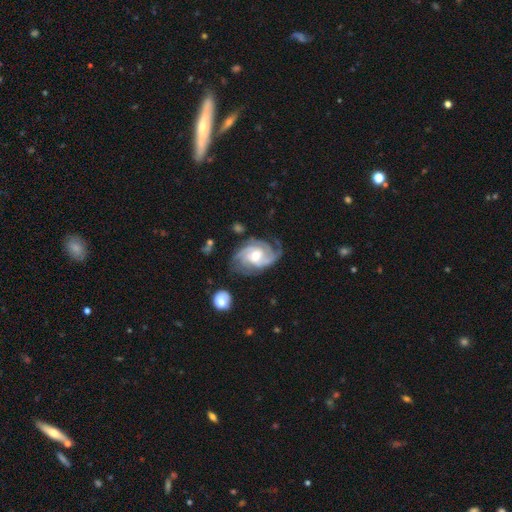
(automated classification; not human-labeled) smooth-or-featured: featured or disk: 91% | smooth: 5% | star or artifact: 4%
  disk-edge-on: no: 98% | yes: 2%
    bar: no: 48% | weak: 41% | strong: 12%
    has-spiral-arms: yes: 98% | no: 2%
      spiral-winding: tight: 55% | medium: 37% | loose: 8%
      spiral-arm-count: 3: 38% | 2: 21% | 4: 15% | can't tell: 15% | more than 4: 6% | 1: 5%
    bulge-size: moderate: 69% | small: 23% | large: 6% | none: 1% | dominant: 1%
  merging: none: 66% | minor disturbance: 21% | major disturbance: 10% | merger: 3%